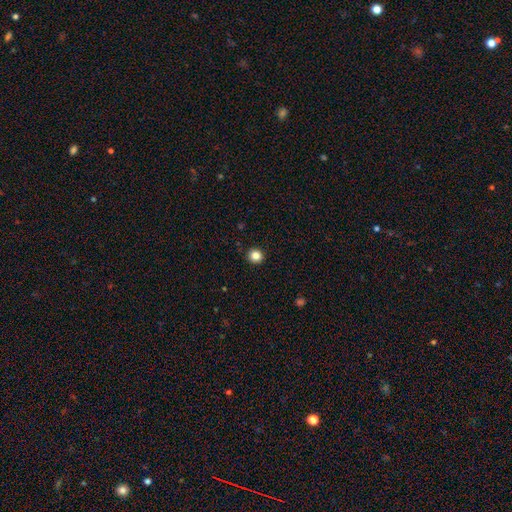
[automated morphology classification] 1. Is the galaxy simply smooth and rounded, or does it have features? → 84% smooth, 12% star or artifact, 5% featured or disk.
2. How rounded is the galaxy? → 94% round, 5% in between, 1% cigar-shaped.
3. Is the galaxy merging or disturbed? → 93% none, 4% minor disturbance, 1% major disturbance, 1% merger.